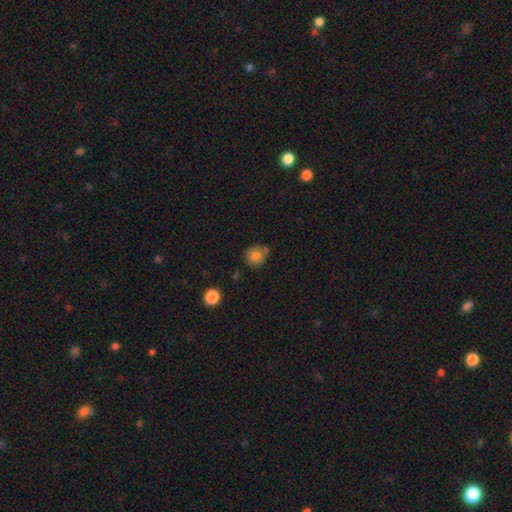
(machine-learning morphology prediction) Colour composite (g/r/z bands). It shows a smooth galaxy with no disk features (81%) that is round (83%). Merging: none (68%).